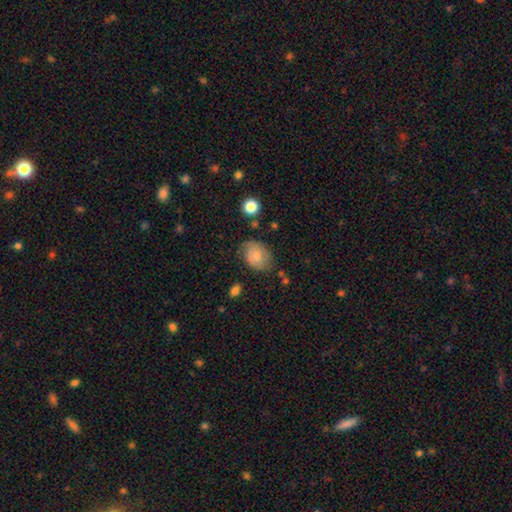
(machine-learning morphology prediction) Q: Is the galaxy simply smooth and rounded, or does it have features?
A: smooth — 66%.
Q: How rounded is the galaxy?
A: in between — 65%.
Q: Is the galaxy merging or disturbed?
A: none — 58%.